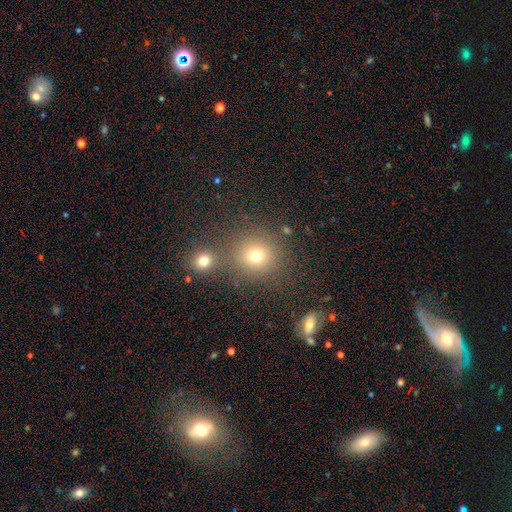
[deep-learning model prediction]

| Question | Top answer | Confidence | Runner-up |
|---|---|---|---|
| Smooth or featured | smooth | 71% | star or artifact (20%) |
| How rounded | round | 88% | in between (11%) |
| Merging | none | 74% | merger (13%) |